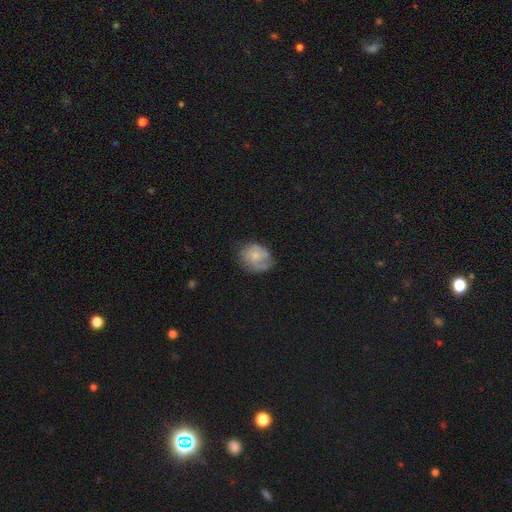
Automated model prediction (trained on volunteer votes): Overall: smooth (48%; featured or disk 44%). Merging: none (57%; minor disturbance 27%).